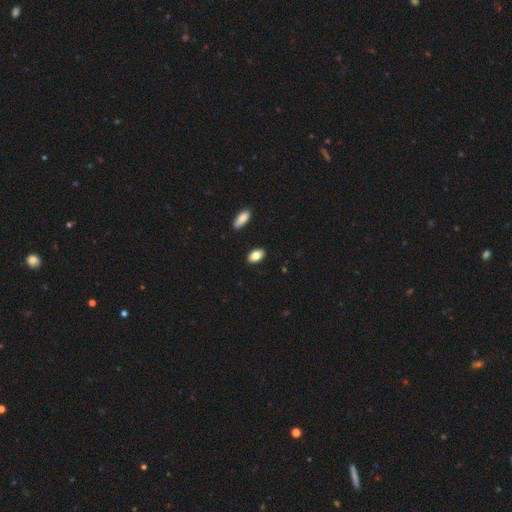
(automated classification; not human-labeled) The model was most divided on "smooth or featured": smooth: 84%, featured or disk: 9%, star or artifact: 7%. More confident: how rounded — in between (92%); merging — none (88%).